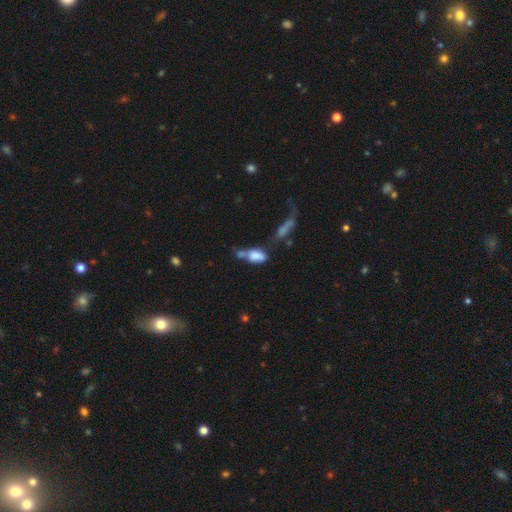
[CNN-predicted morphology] smooth-or-featured: smooth: 72% | featured or disk: 19% | star or artifact: 10%
  how-rounded: in between: 86% | cigar-shaped: 8% | round: 6%
  merging: merger: 51% | none: 20% | major disturbance: 15% | minor disturbance: 13%